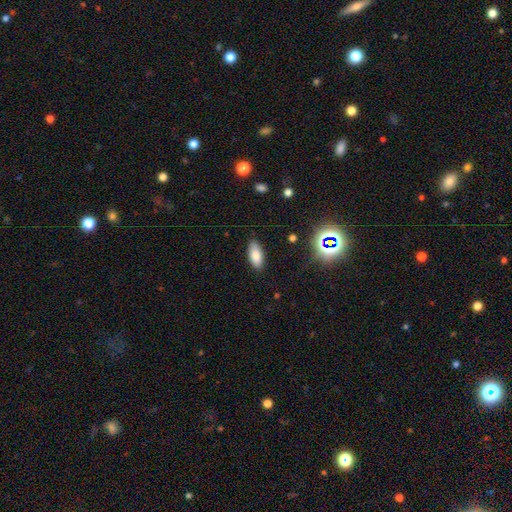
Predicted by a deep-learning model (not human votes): A smooth galaxy with no disk features (82%) that is in between round and cigar-shaped (87%). Merging: none (86%).